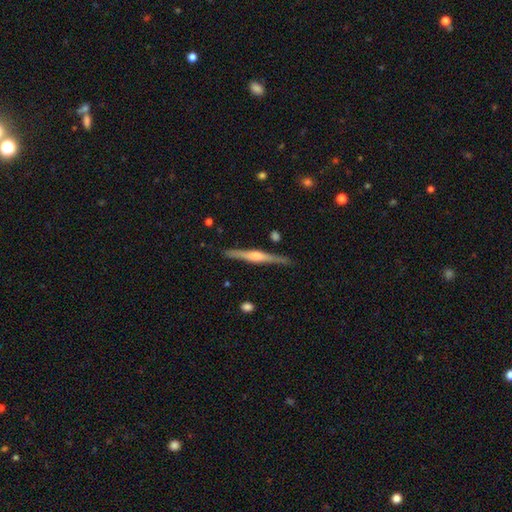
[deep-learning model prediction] This is clearly a featured or disk galaxy (80%). It is clearly viewed edge-on (98%). Edge-on bulge: likely rounded (77%). Merging: clearly none (89%).